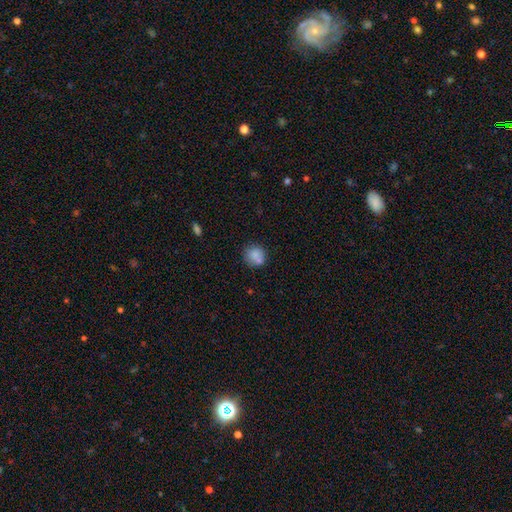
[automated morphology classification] smooth-or-featured: smooth: 81% | featured or disk: 10% | star or artifact: 9%
  how-rounded: round: 85% | in between: 14% | cigar-shaped: 1%
  merging: none: 64% | merger: 16% | minor disturbance: 15% | major disturbance: 5%